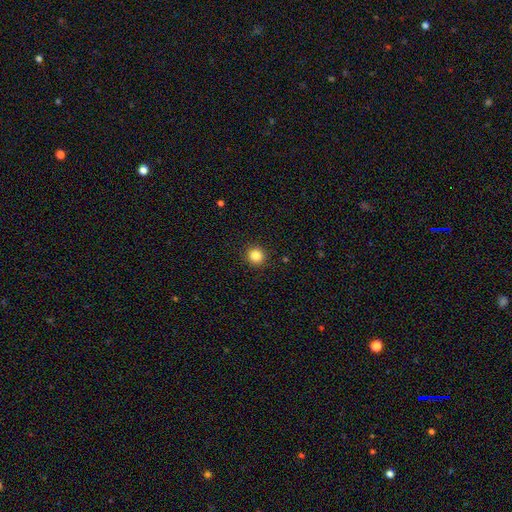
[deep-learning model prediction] Smooth or featured? smooth (85%)
How rounded? round (93%)
Merging? none (92%)